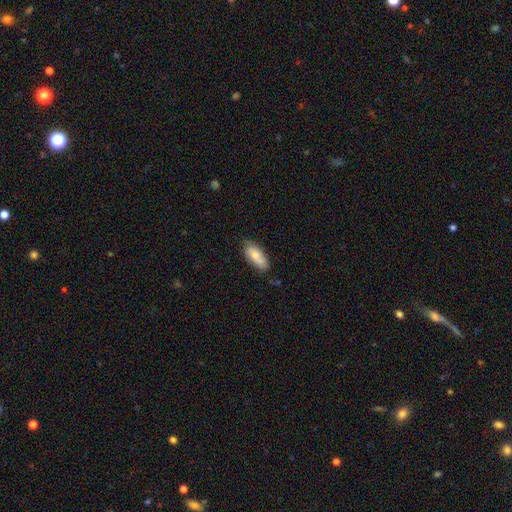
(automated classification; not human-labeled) A smooth galaxy with no disk features (66%) that is in between round and cigar-shaped (86%).

Vote fractions:
- Smooth or featured? smooth: 66% / featured or disk: 28% / star or artifact: 6%
- How rounded? in between: 86% / cigar-shaped: 12% / round: 2%
- Merging? none: 74% / minor disturbance: 20% / major disturbance: 3% / merger: 2%